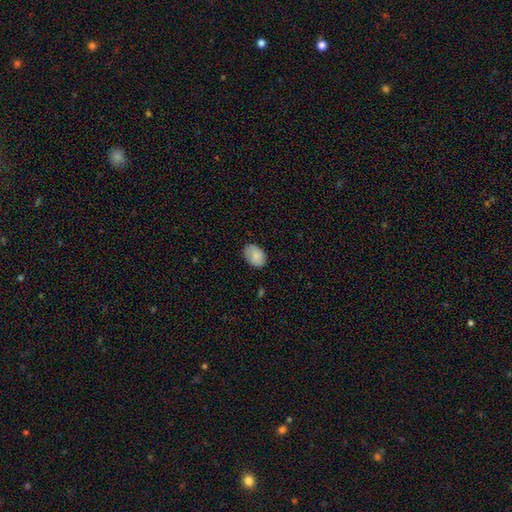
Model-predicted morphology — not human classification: The model was most divided on "merging": none: 76%, minor disturbance: 19%, major disturbance: 4%, merger: 1%. More confident: smooth or featured — smooth (86%); how rounded — in between (80%).